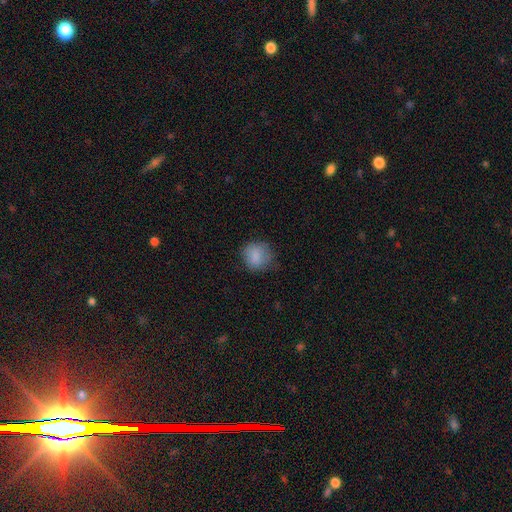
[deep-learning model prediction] Smooth or featured?
  - smooth: 82% *
  - featured or disk: 9%
  - star or artifact: 8%
How rounded?
  - round: 78% *
  - in between: 21%
  - cigar-shaped: 1%
Merging?
  - none: 67% *
  - minor disturbance: 24%
  - major disturbance: 8%
  - merger: 1%